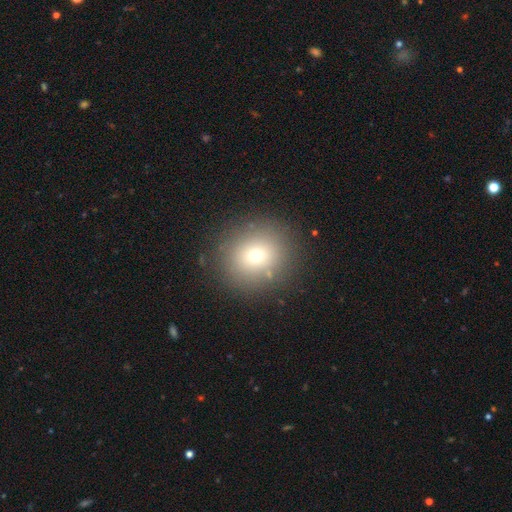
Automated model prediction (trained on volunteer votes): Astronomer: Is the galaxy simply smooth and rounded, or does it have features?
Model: smooth — 73%.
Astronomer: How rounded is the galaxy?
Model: round — 84%.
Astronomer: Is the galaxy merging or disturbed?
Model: none — 86%.